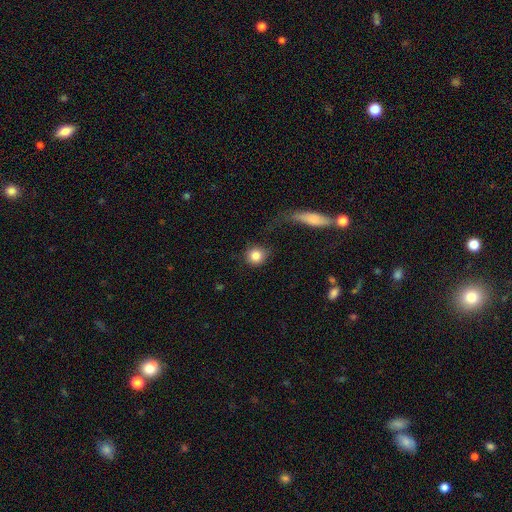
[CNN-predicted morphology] smooth-or-featured: smooth: 84% | star or artifact: 9% | featured or disk: 7%
  how-rounded: round: 89% | in between: 10% | cigar-shaped: 1%
  merging: none: 74% | minor disturbance: 14% | major disturbance: 8% | merger: 4%